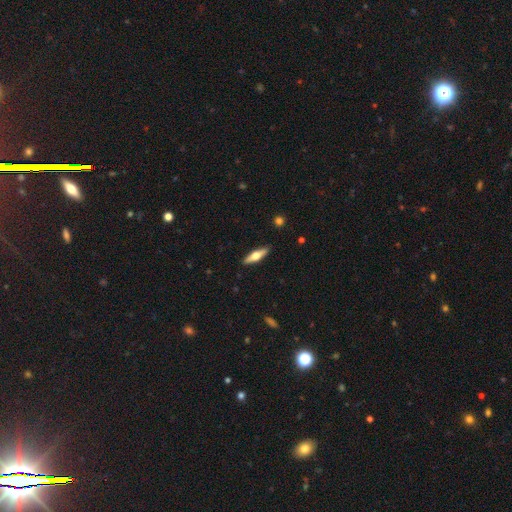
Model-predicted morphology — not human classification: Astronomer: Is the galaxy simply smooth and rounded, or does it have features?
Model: featured or disk — 51% (runner-up: smooth, 44%).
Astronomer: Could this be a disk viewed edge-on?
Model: yes — 93%.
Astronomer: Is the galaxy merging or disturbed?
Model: none — 90%.